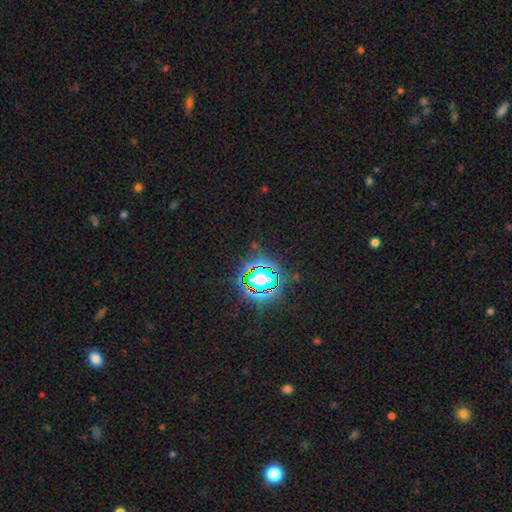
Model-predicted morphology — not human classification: A star or artifact, not a galaxy (80%).